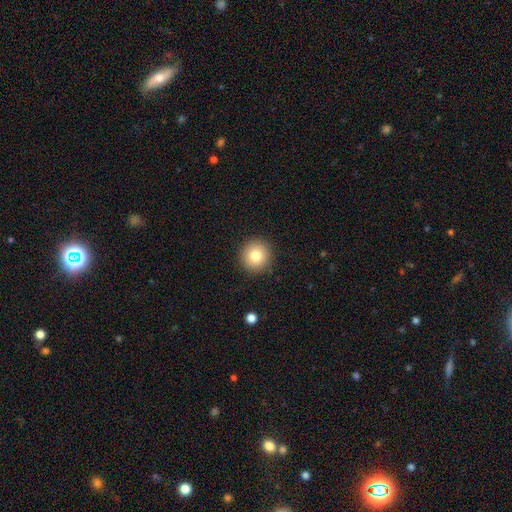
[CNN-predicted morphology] Overall: smooth (80%). How rounded: round (95%). Merging: none (91%).